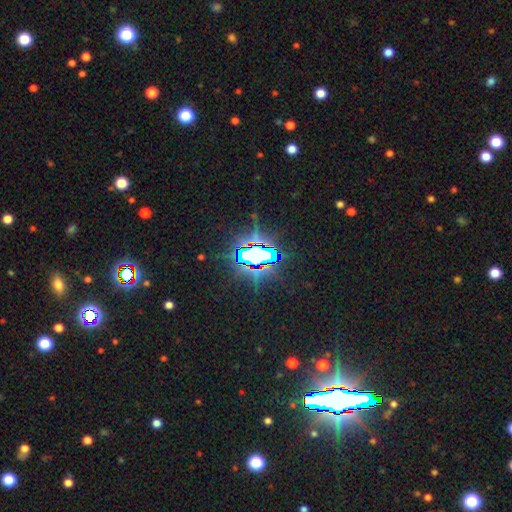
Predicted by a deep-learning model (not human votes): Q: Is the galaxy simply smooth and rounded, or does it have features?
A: star or artifact — 74%.